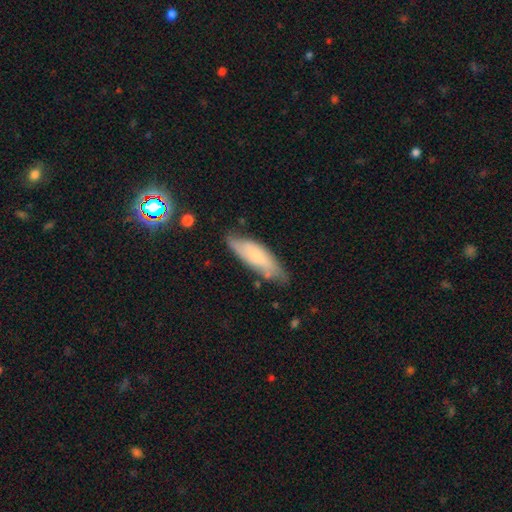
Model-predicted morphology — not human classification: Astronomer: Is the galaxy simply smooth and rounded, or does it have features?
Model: smooth — 63%.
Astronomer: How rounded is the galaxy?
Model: cigar-shaped — 51% (runner-up: in between, 47%).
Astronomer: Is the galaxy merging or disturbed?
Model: none — 68%.